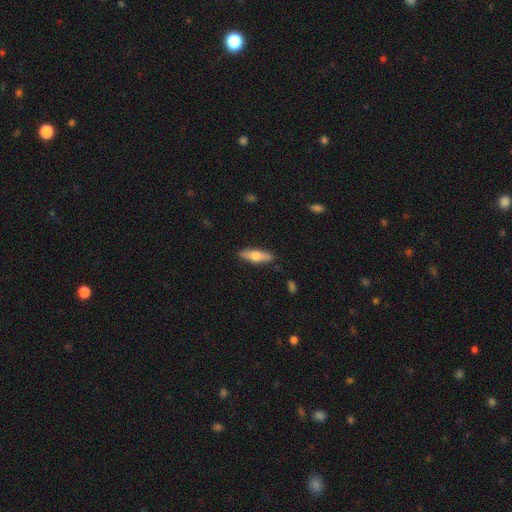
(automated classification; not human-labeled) Smooth or featured?
  - smooth: 58% *
  - featured or disk: 36%
  - star or artifact: 6%
How rounded?
  - cigar-shaped: 52% *
  - in between: 45%
  - round: 2%
Merging?
  - none: 87% *
  - minor disturbance: 10%
  - major disturbance: 2%
  - merger: 1%